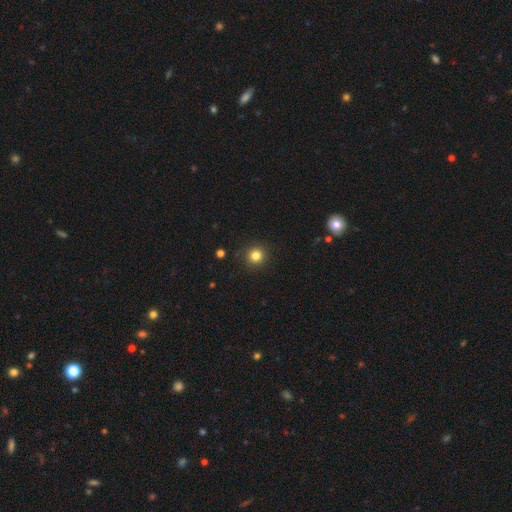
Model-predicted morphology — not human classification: Smooth or featured?
  - smooth: 82% *
  - star or artifact: 13%
  - featured or disk: 5%
How rounded?
  - round: 94% *
  - in between: 5%
  - cigar-shaped: 1%
Merging?
  - none: 90% *
  - minor disturbance: 6%
  - major disturbance: 2%
  - merger: 1%